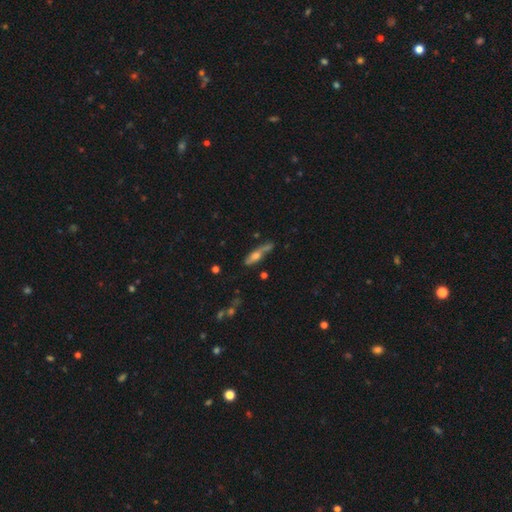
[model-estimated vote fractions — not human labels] This appears to be a smooth galaxy with no disk features (47%). Merging: none (59%).